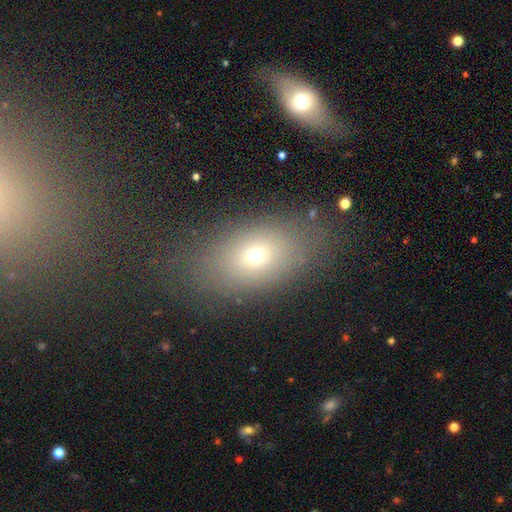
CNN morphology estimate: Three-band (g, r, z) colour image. It shows a smooth galaxy with no disk features (65%) that is in between round and cigar-shaped (77%). Merging: none (76%).